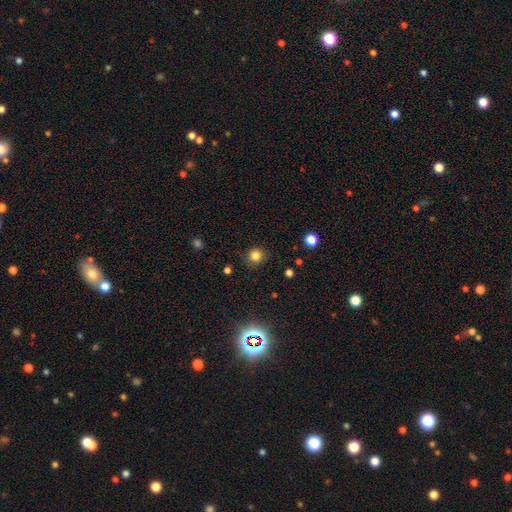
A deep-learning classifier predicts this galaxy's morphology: This is clearly a smooth galaxy (81%). How rounded: clearly round (92%). Merging: clearly none (88%).